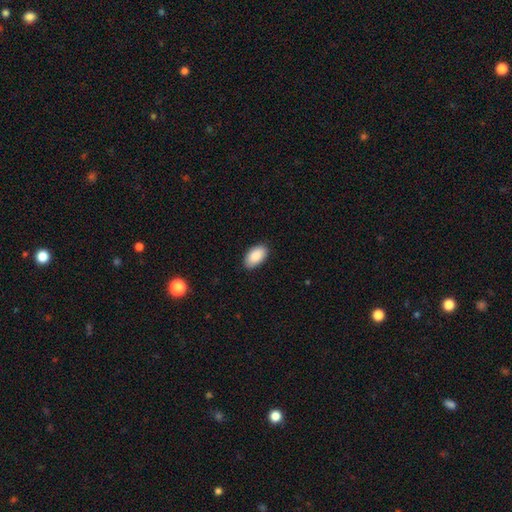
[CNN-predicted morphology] Q: Smooth or featured?
A: smooth (90%); runner-up: star or artifact (6%)
Q: How rounded?
A: in between (96%); runner-up: round (3%)
Q: Merging?
A: none (88%); runner-up: minor disturbance (10%)